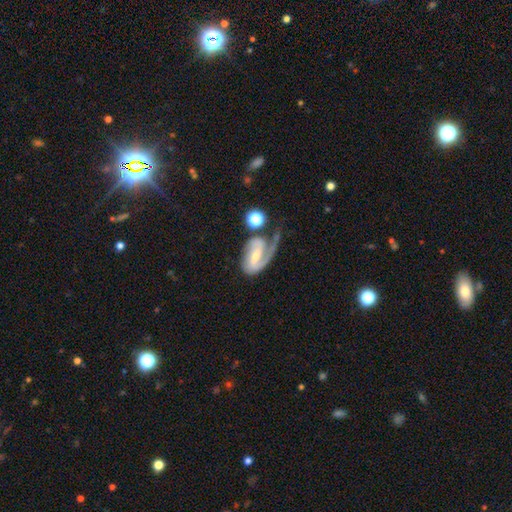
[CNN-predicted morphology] Smooth or featured?
  - featured or disk: 80% *
  - smooth: 14%
  - star or artifact: 6%
Edge-on disk?
  - no: 96% *
  - yes: 4%
Bar?
  - weak: 42% *
  - strong: 38%
  - no: 20%
Spiral arms?
  - yes: 93% *
  - no: 7%
Spiral winding?
  - medium: 42% *
  - loose: 31%
  - tight: 27%
Spiral arm count?
  - 2: 47% *
  - 1: 44%
  - can't tell: 5%
  - 3: 2%
  - 4: 1%
  - more than 4: 1%
Bulge size?
  - small: 51% *
  - moderate: 40%
  - none: 4%
  - large: 3%
  - dominant: 1%
Merging?
  - major disturbance: 34% *
  - none: 33%
  - minor disturbance: 21%
  - merger: 12%